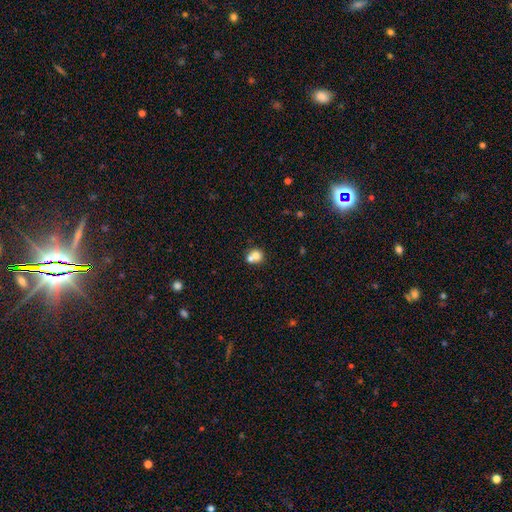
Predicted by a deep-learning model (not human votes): smooth-or-featured: smooth: 73% | featured or disk: 16% | star or artifact: 11%
  how-rounded: round: 81% | in between: 18% | cigar-shaped: 1%
  merging: merger: 52% | none: 38% | minor disturbance: 7% | major disturbance: 3%